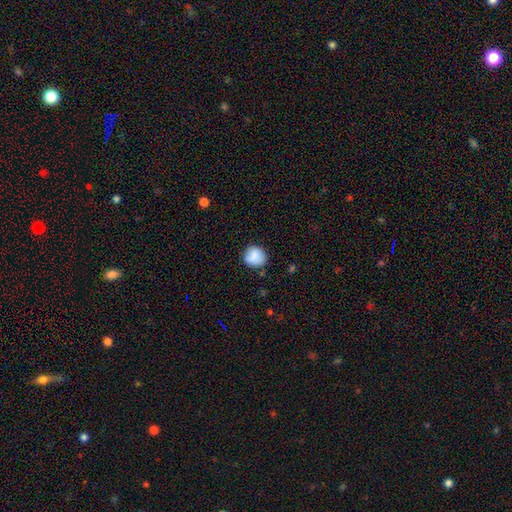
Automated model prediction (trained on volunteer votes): The model was most divided on "merging": none: 78%, minor disturbance: 17%, major disturbance: 4%, merger: 2%. More confident: smooth or featured — smooth (85%); how rounded — round (85%).